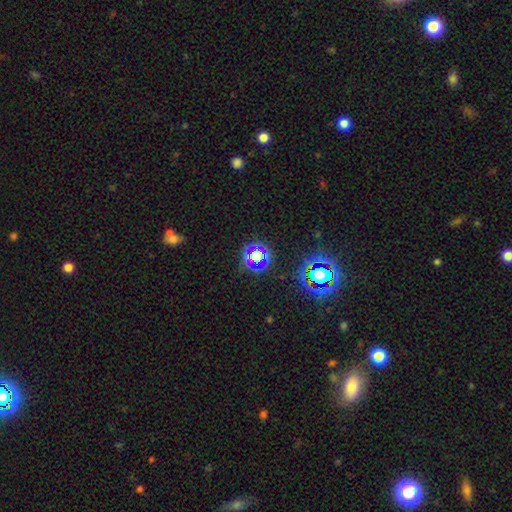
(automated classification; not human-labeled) A star or artifact, not a galaxy (65%).